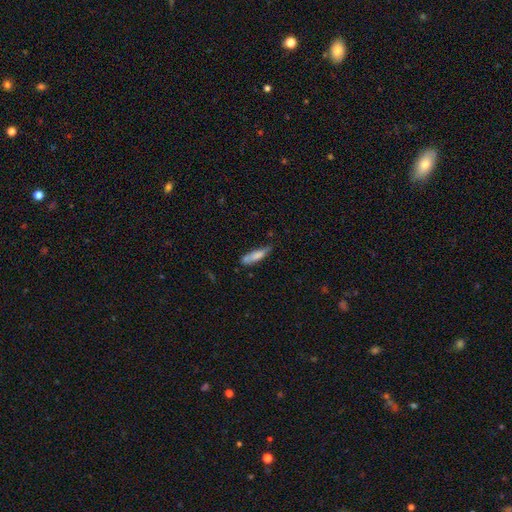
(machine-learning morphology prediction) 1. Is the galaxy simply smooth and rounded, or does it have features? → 75% smooth, 18% featured or disk, 7% star or artifact.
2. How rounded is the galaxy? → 69% cigar-shaped, 29% in between, 2% round.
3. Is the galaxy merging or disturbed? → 54% none, 31% minor disturbance, 8% major disturbance, 7% merger.